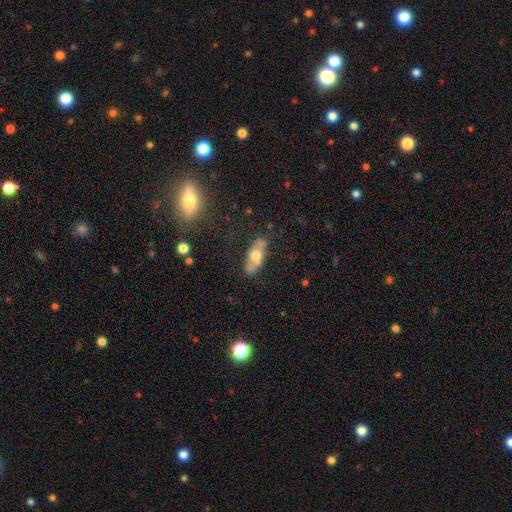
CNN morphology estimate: Q: Smooth or featured?
A: smooth (48%); runner-up: featured or disk (44%)
Q: Merging?
A: none (74%); runner-up: minor disturbance (17%)